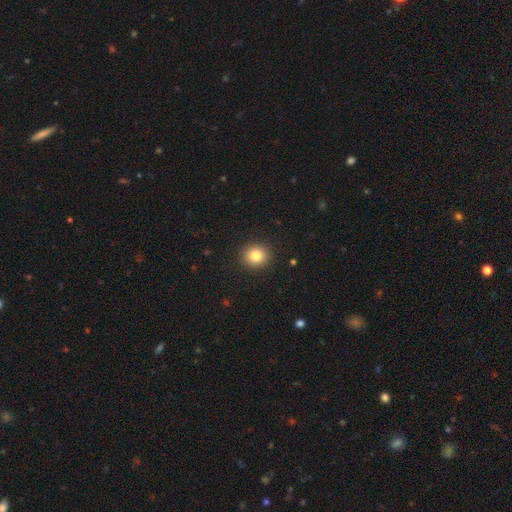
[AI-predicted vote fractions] Smooth or featured: smooth — 83% (star or artifact — 11%)
How rounded: round — 85% (in between — 14%)
Merging: none — 91% (minor disturbance — 6%)